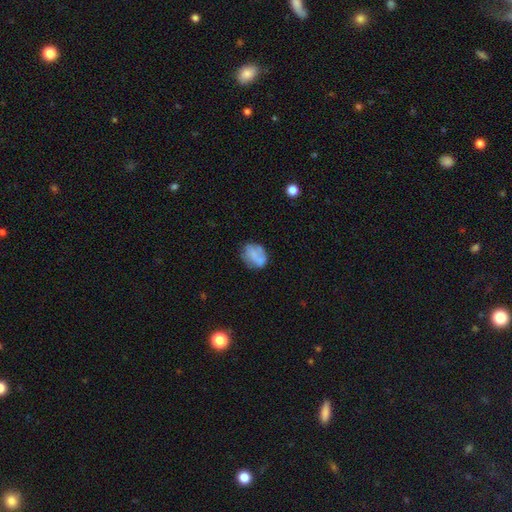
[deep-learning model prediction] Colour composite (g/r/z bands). It shows a smooth galaxy with no disk features (58%) that is in between round and cigar-shaped (62%). Merging: none (57%).